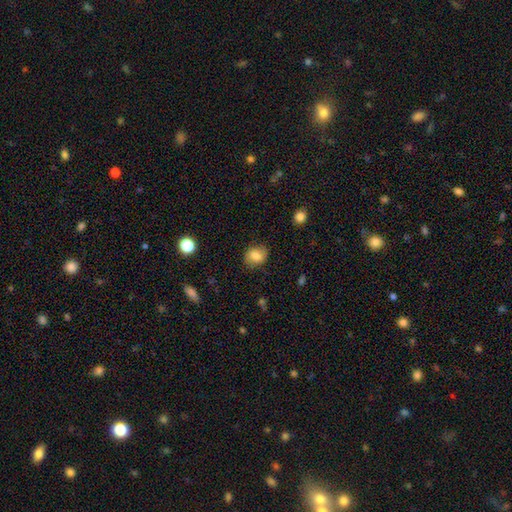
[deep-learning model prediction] smooth 80%, featured or disk 11%, star or artifact 9%. Down the decision tree: how rounded — in between (52%); merging — none (80%).